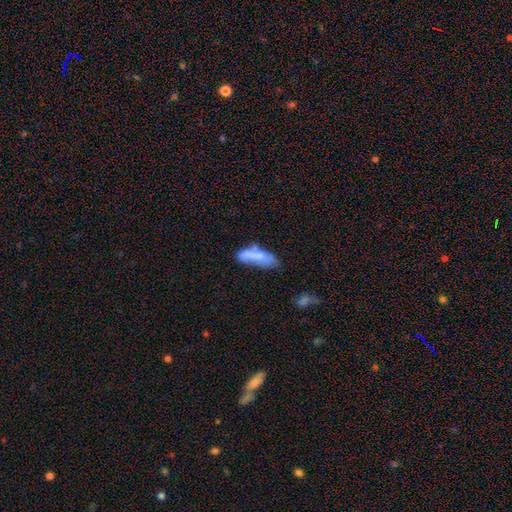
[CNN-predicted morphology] A smooth galaxy with no disk features (62%) that is in between round and cigar-shaped (57%).

Vote fractions:
- Smooth or featured? smooth: 62% / featured or disk: 31% / star or artifact: 8%
- How rounded? in between: 57% / cigar-shaped: 41% / round: 2%
- Merging? none: 37% / minor disturbance: 28% / major disturbance: 18% / merger: 17%